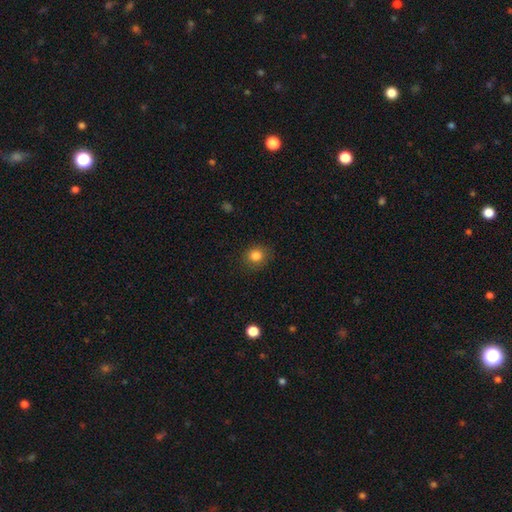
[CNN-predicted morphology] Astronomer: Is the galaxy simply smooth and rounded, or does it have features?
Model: smooth — 83%.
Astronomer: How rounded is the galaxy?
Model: round — 80%.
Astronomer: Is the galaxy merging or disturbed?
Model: none — 86%.